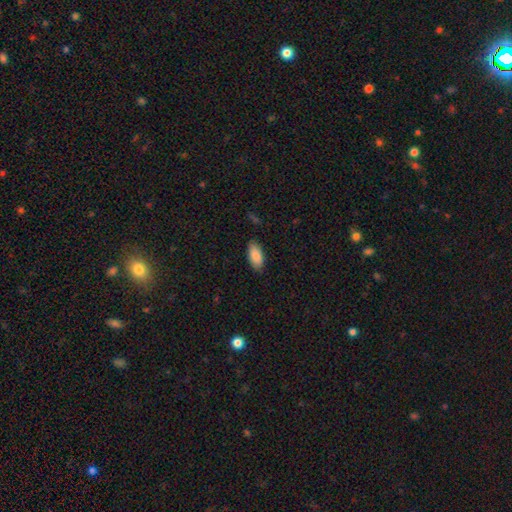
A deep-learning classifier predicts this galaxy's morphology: type=smooth (88%); roundness=in between (91%); merging=none (84%).